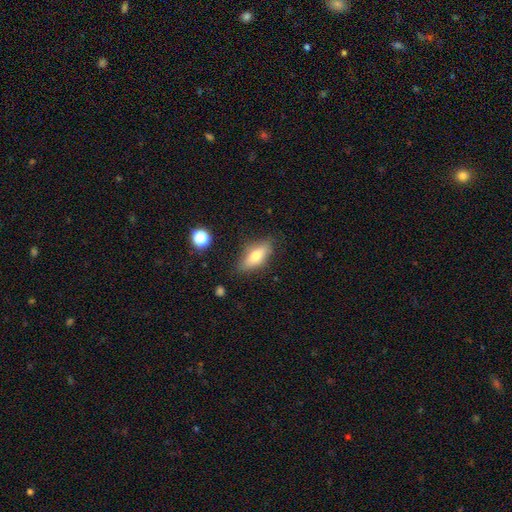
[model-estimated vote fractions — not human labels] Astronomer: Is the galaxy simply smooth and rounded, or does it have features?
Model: smooth — 67%.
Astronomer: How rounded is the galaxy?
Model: in between — 71%.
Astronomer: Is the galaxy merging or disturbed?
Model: none — 81%.